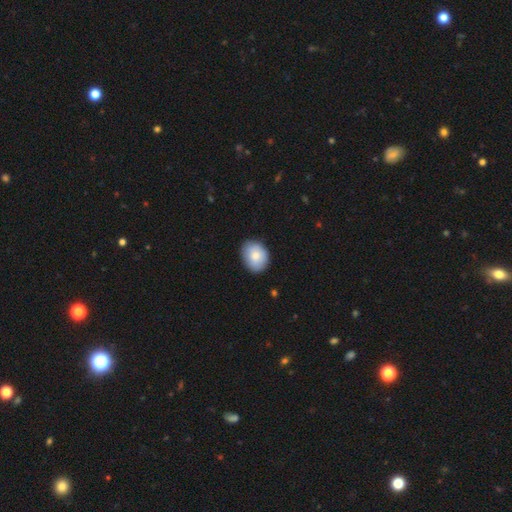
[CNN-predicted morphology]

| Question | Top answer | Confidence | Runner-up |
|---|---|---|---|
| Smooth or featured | smooth | 83% | featured or disk (11%) |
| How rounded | in between | 56% | round (43%) |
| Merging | none | 84% | minor disturbance (13%) |